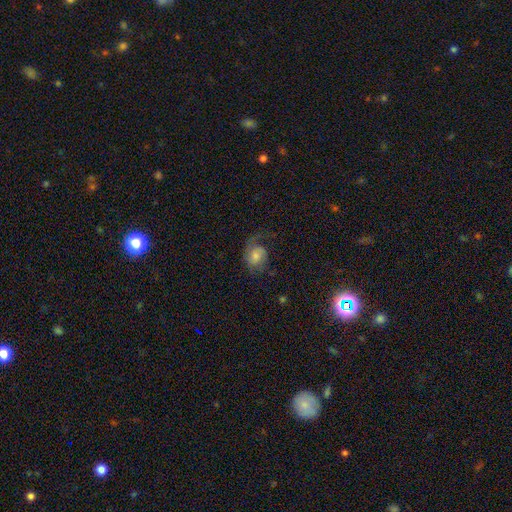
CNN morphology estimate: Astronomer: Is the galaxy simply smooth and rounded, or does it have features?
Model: featured or disk — 53% (runner-up: smooth, 37%).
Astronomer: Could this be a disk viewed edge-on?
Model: no — 97%.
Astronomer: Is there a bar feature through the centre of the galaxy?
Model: no — 70%.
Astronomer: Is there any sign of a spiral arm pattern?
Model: yes — 87%.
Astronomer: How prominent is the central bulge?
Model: moderate — 46% (runner-up: small, 33%).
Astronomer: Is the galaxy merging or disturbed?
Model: none — 47% (runner-up: major disturbance, 30%).